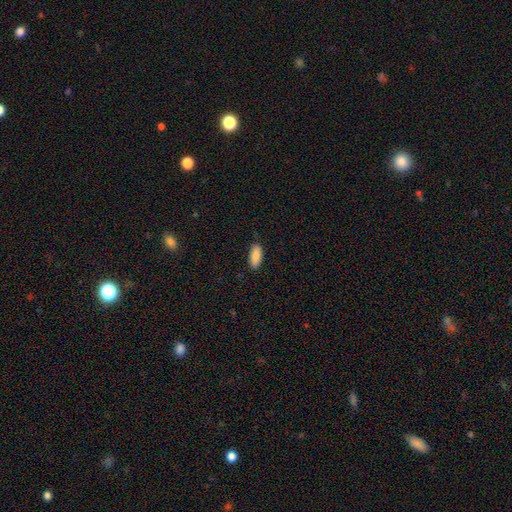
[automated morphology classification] This is clearly a smooth galaxy (87%). How rounded: clearly in between (80%). Merging: clearly none (87%).